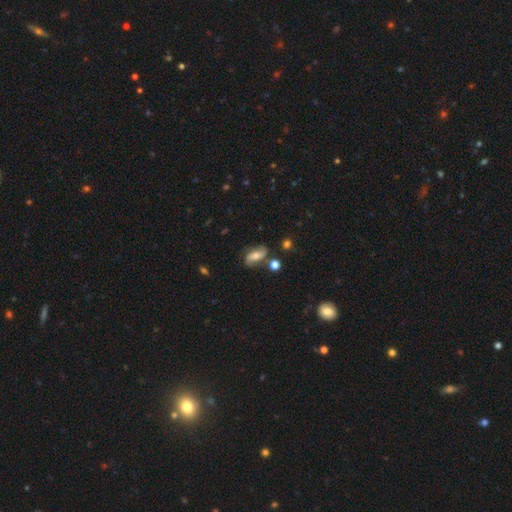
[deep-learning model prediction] Smooth or featured? featured or disk (61%)
Edge-on disk? no (93%)
Bar? no (47%)
Spiral arms? yes (88%)
Bulge size? moderate (59%)
Merging? none (69%)